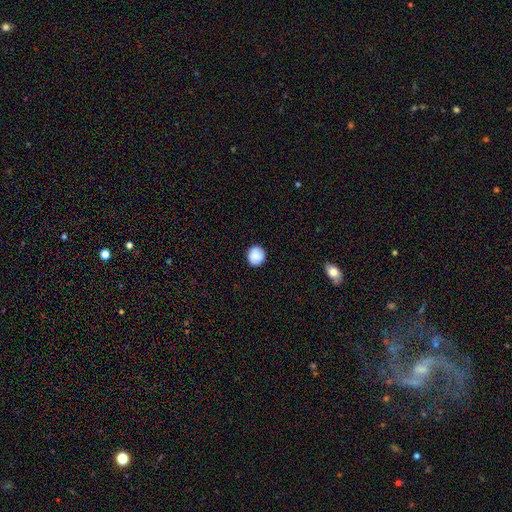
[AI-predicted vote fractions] smooth_or_featured: smooth (p=0.86) [alt: star or artifact p=0.08]
how_rounded: round (p=0.79) [alt: in between p=0.20]
merging: none (p=0.87) [alt: minor disturbance p=0.10]